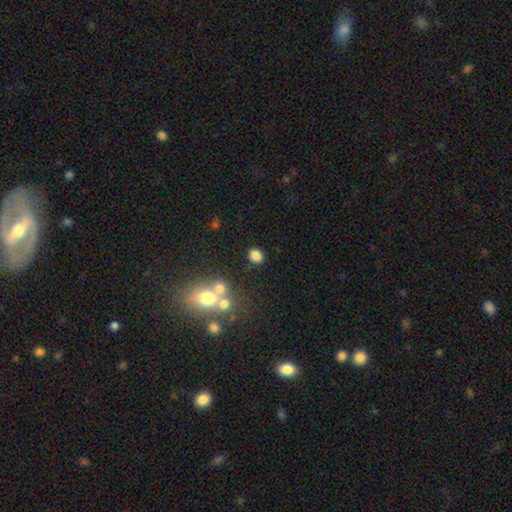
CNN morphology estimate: smooth_or_featured: smooth (p=0.81) [alt: star or artifact p=0.12]
how_rounded: in between (p=0.52) [alt: round p=0.46]
merging: none (p=0.79) [alt: minor disturbance p=0.10]